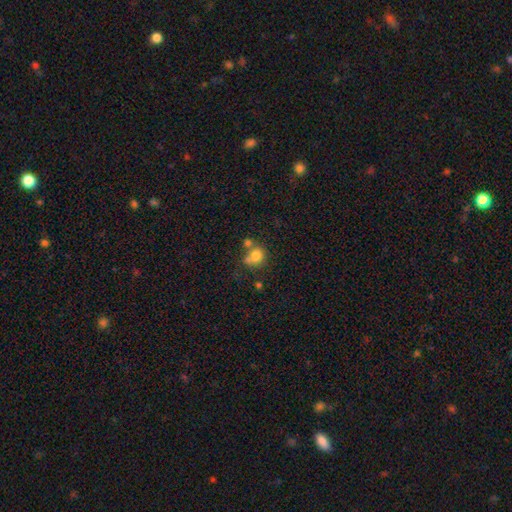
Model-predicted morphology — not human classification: smooth 76%, star or artifact 12%, featured or disk 12%. Down the decision tree: how rounded — round (81%); merging — none (47%).